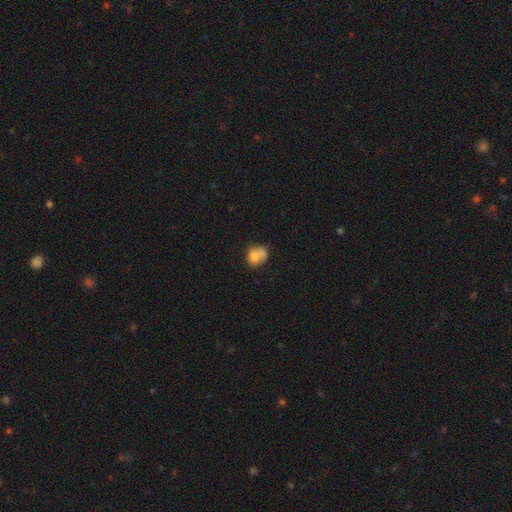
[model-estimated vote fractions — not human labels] Overall: smooth (72%). How rounded: round (62%; in between 37%). Merging: merger (41%; none 34%).